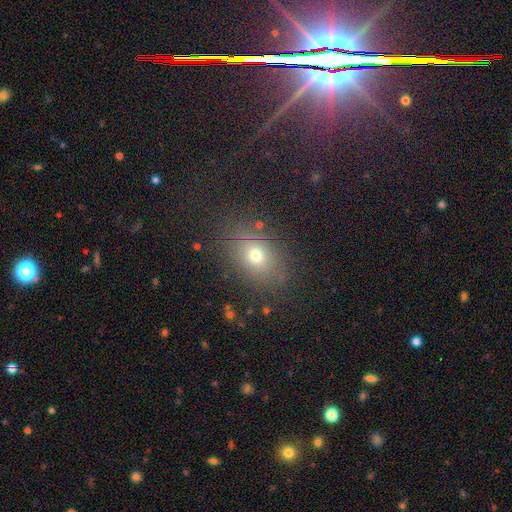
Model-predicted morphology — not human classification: A smooth galaxy with no disk features (70%) that is in between round and cigar-shaped (64%).

Vote fractions:
- Smooth or featured? smooth: 70% / star or artifact: 18% / featured or disk: 13%
- How rounded? in between: 64% / round: 35% / cigar-shaped: 2%
- Merging? none: 82% / minor disturbance: 11% / major disturbance: 5% / merger: 2%